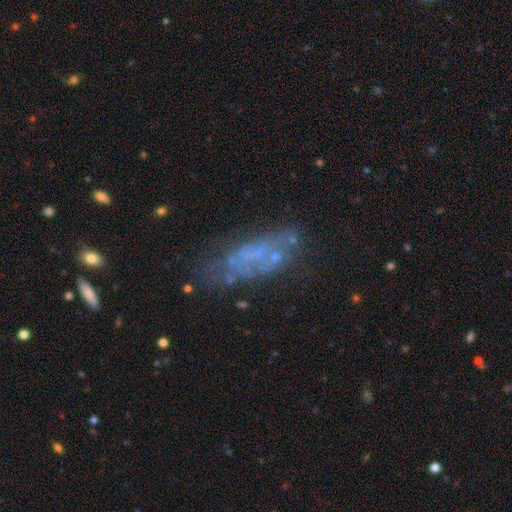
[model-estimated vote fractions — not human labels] This appears to be a featured or disk galaxy (53%). Merging: none (51%).